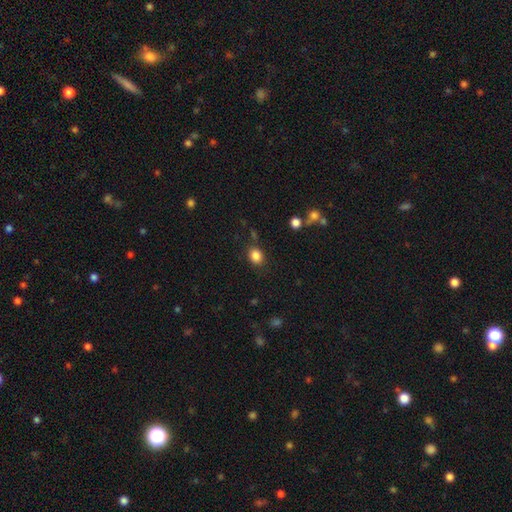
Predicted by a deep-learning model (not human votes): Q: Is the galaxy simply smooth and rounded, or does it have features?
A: smooth — 85%.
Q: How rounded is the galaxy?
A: round — 52%.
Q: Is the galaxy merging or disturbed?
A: none — 81%.